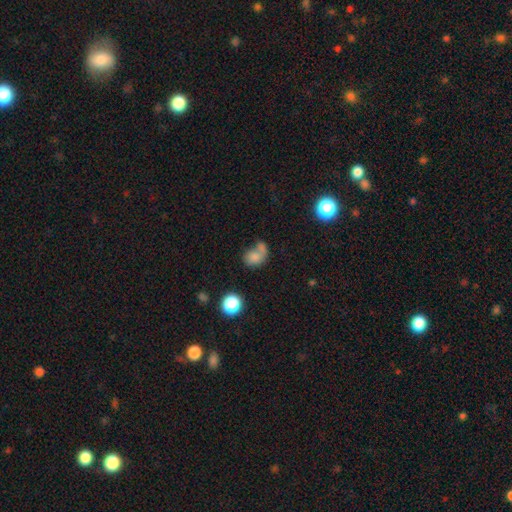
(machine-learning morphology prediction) Overall: smooth (71%). How rounded: in between (51%; round 48%). Merging: merger (46%; none 26%).